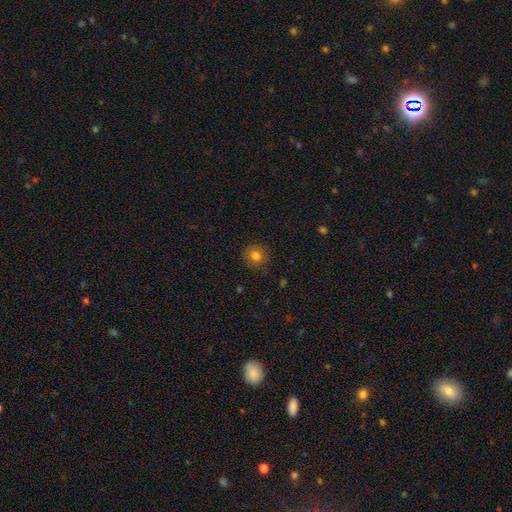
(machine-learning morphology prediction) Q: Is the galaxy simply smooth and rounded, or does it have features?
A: smooth — 80%.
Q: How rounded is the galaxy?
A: round — 87%.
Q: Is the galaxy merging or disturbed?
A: none — 88%.